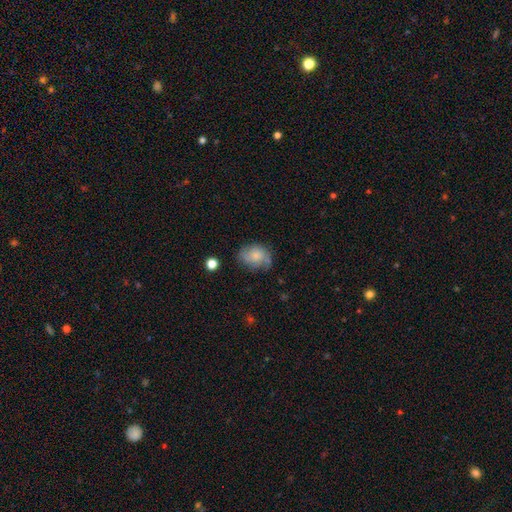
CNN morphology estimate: A smooth galaxy with no disk features (60%) that is in between round and cigar-shaped (55%). Merging: none (53%).